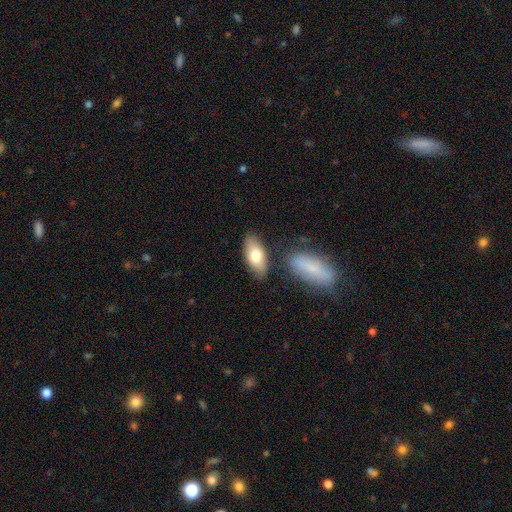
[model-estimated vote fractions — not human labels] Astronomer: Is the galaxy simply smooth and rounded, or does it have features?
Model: smooth — 75%.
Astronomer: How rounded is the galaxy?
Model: in between — 87%.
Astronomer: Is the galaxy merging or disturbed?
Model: none — 77%.